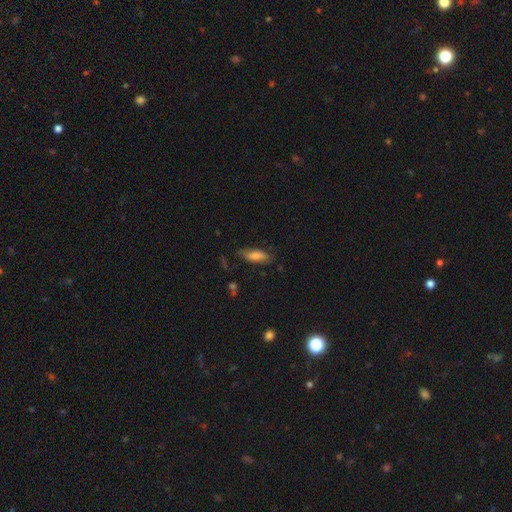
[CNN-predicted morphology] smooth_or_featured: smooth (p=0.67) [alt: featured or disk p=0.23]
how_rounded: in between (p=0.66) [alt: cigar-shaped p=0.31]
merging: none (p=0.67) [alt: minor disturbance p=0.23]